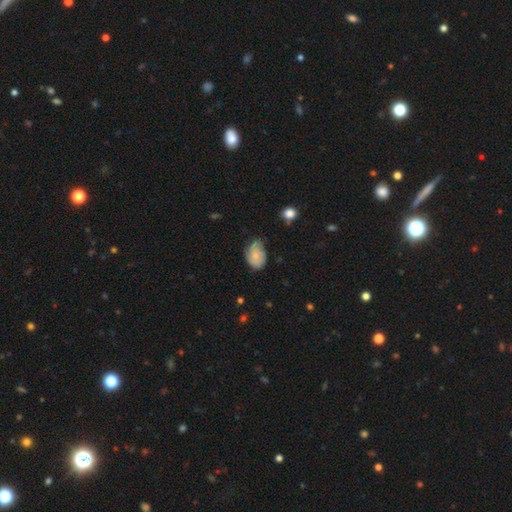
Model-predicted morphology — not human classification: type=smooth (59%); roundness=in between (81%); merging=none (53%).